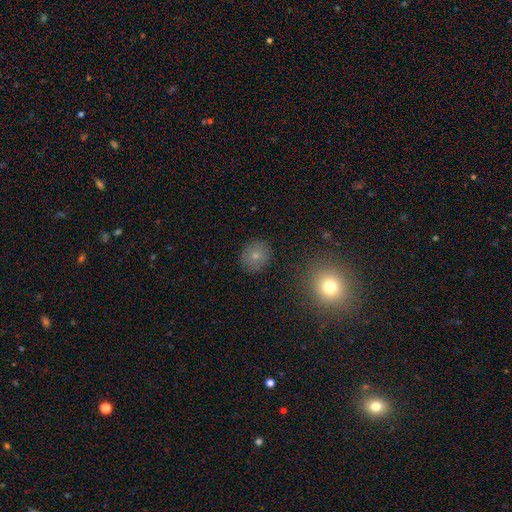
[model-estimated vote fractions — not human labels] Morphology: type=smooth (76%); roundness=round (79%); merging=none (87%).